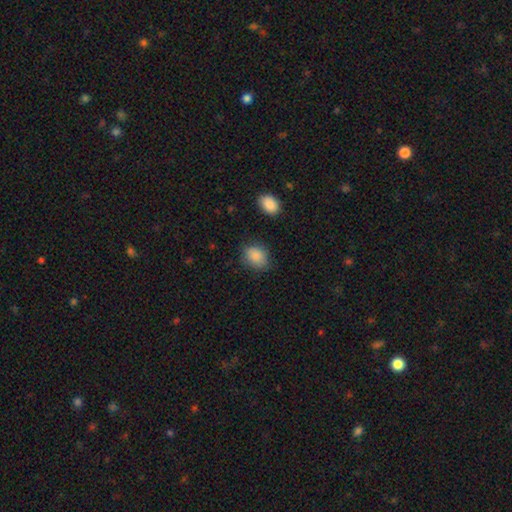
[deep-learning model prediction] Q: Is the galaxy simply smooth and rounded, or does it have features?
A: smooth — 87%.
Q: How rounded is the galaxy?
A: in between — 56%.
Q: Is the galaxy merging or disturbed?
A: none — 76%.